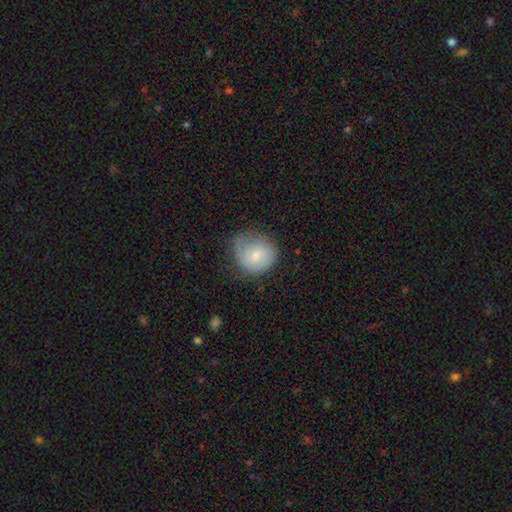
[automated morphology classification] The model was most divided on "merging": none: 50%, minor disturbance: 34%, major disturbance: 15%, merger: 2%. More confident: how rounded — round (79%); smooth or featured — smooth (61%).